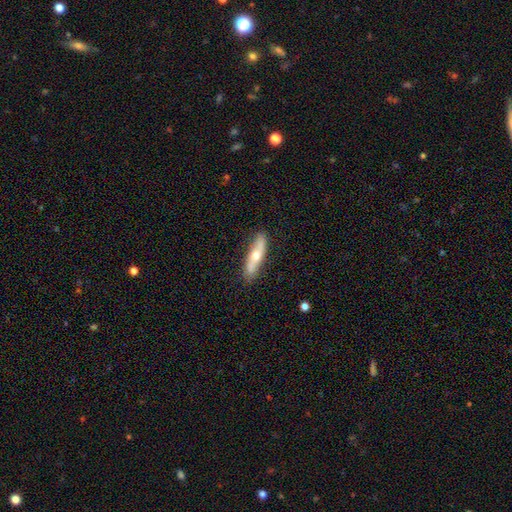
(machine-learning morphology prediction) The model was most divided on "smooth or featured": featured or disk: 51%, smooth: 43%, star or artifact: 6%. More confident: merging — none (87%); edge-on disk — yes (67%).